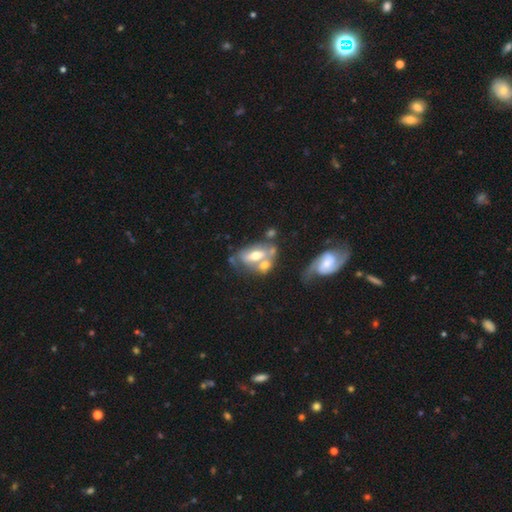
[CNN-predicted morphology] A featured or disk galaxy (50%).

Vote fractions:
- Smooth or featured? featured or disk: 50% / smooth: 43% / star or artifact: 7%
- Edge-on disk? no: 85% / yes: 15%
- Merging? merger: 49% / none: 27% / minor disturbance: 14% / major disturbance: 11%